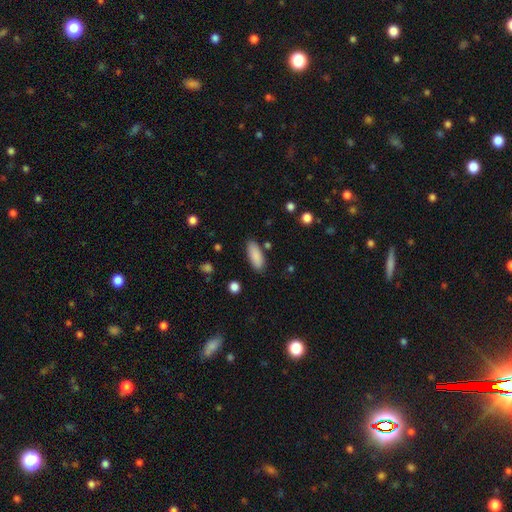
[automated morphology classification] Q: Smooth or featured?
A: smooth (88%); runner-up: star or artifact (6%)
Q: How rounded?
A: in between (77%); runner-up: cigar-shaped (21%)
Q: Merging?
A: none (84%); runner-up: minor disturbance (11%)